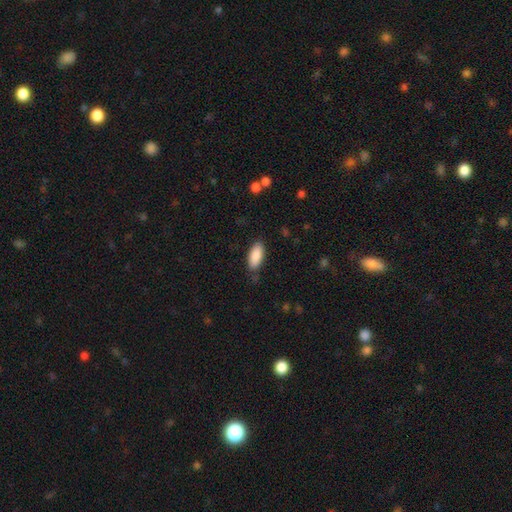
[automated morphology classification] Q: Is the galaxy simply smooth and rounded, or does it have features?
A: smooth — 89%.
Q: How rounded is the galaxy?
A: in between — 86%.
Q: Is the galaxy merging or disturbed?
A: none — 82%.